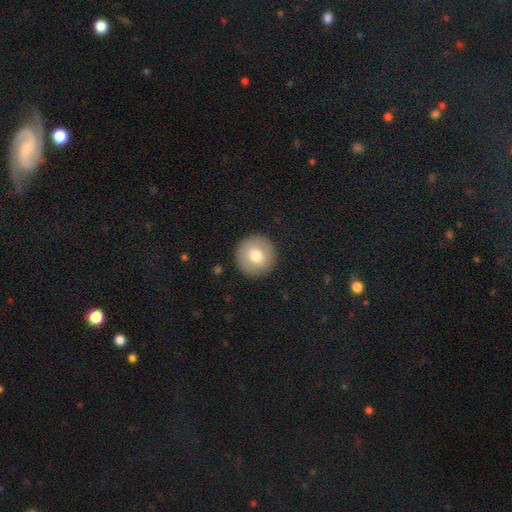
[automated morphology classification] smooth_or_featured: smooth (p=0.74) [alt: featured or disk p=0.18]
how_rounded: round (p=0.95) [alt: in between p=0.04]
merging: none (p=0.92) [alt: minor disturbance p=0.05]